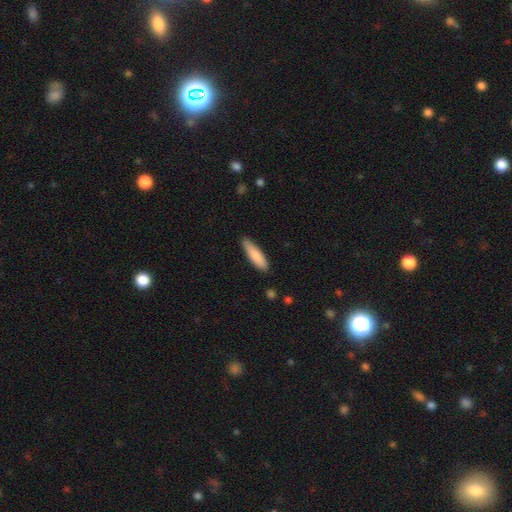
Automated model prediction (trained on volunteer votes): Morphology: type=smooth (85%); roundness=cigar-shaped (67%); merging=none (82%).